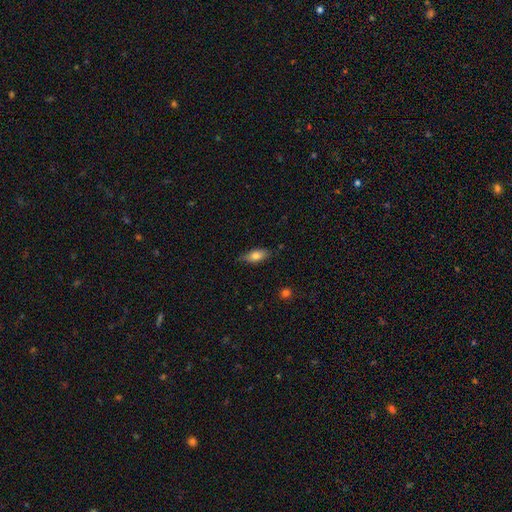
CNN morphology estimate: Q: Smooth or featured?
A: smooth (76%); runner-up: featured or disk (17%)
Q: How rounded?
A: in between (79%); runner-up: cigar-shaped (18%)
Q: Merging?
A: none (73%); runner-up: minor disturbance (22%)